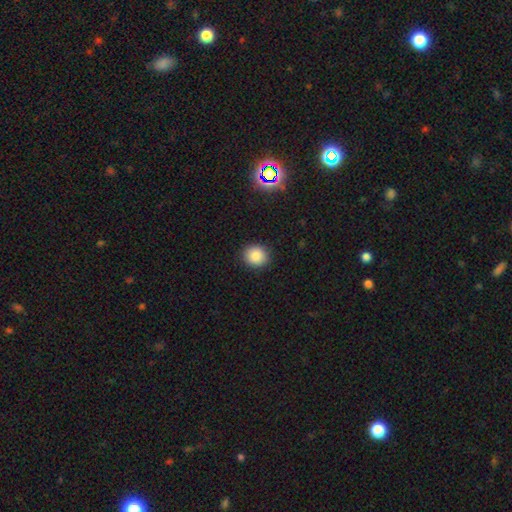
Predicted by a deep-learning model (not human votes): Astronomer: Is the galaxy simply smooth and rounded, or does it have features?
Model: smooth — 85%.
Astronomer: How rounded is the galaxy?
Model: round — 82%.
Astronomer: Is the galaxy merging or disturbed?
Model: none — 90%.